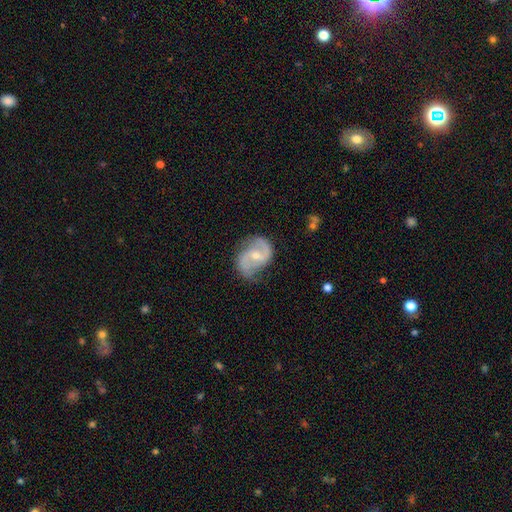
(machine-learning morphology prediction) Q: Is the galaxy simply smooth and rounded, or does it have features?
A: featured or disk — 85%.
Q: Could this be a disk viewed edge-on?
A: no — 98%.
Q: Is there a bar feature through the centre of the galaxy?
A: weak — 48%.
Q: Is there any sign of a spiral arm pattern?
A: yes — 95%.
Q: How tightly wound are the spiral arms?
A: medium — 47%.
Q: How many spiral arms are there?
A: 2 — 91%.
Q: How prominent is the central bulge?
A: small — 51%.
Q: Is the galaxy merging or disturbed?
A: none — 69%.